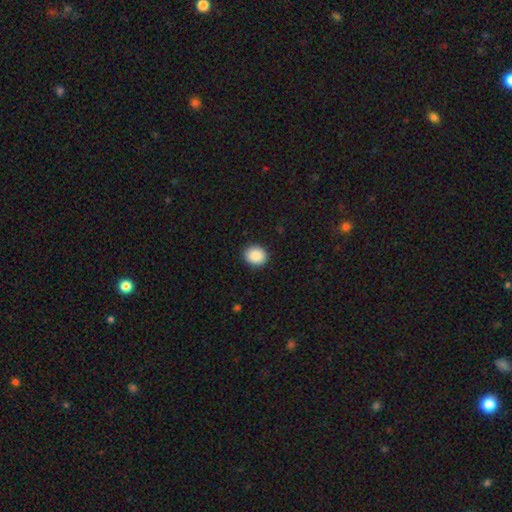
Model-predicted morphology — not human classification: smooth-or-featured: smooth: 90% | star or artifact: 8% | featured or disk: 3%
  how-rounded: round: 73% | in between: 26% | cigar-shaped: 1%
  merging: none: 91% | minor disturbance: 6% | major disturbance: 2% | merger: 1%